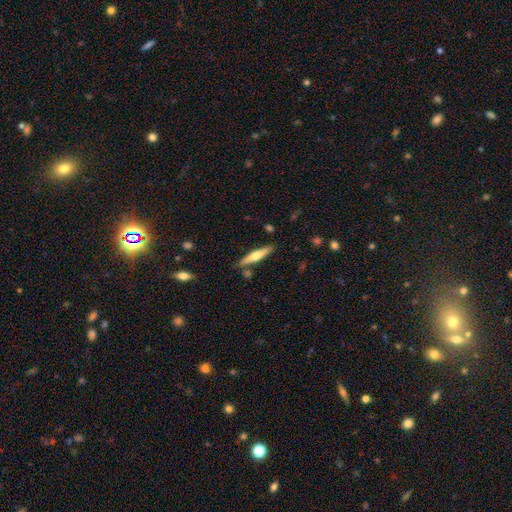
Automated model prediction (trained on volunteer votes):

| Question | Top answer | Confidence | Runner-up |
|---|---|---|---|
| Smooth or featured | featured or disk | 51% | smooth (43%) |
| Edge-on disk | yes | 95% | no (5%) |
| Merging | none | 82% | minor disturbance (11%) |